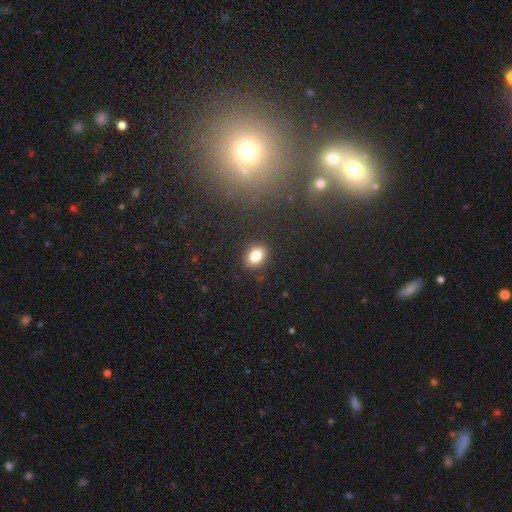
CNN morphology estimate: Overall: smooth (83%). How rounded: in between (74%). Merging: none (88%).